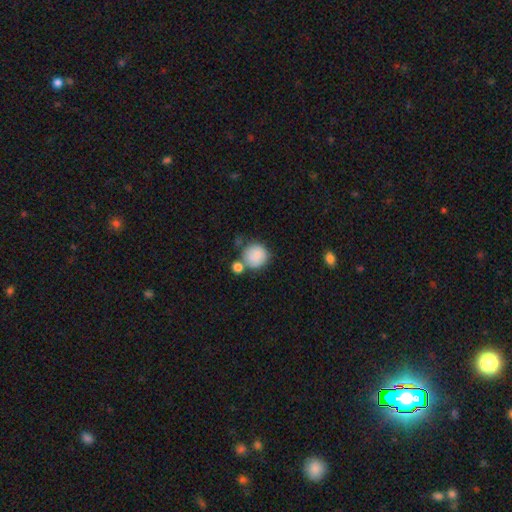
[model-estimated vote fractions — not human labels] smooth 83%, featured or disk 9%, star or artifact 8%. Down the decision tree: how rounded — round (89%); merging — none (55%).